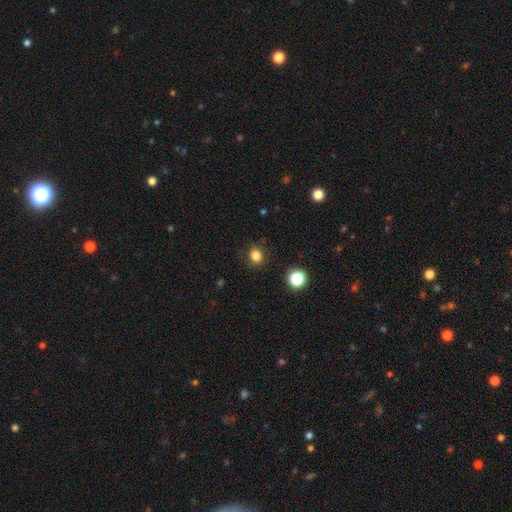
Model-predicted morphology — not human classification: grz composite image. It shows a smooth galaxy with no disk features (82%) that is round (70%). Merging: none (85%).